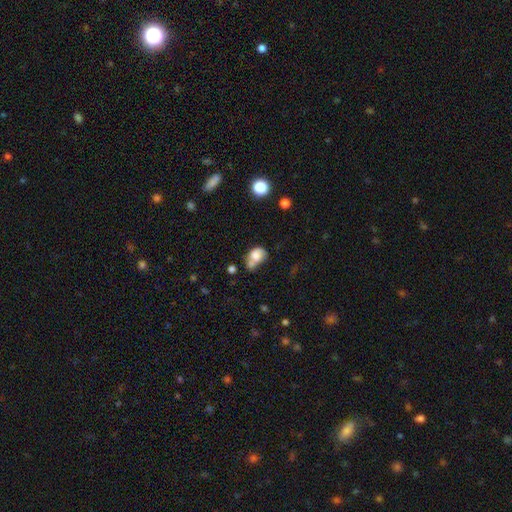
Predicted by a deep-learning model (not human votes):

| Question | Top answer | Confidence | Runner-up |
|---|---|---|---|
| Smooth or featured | smooth | 72% | featured or disk (18%) |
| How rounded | in between | 64% | round (35%) |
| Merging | merger | 44% | none (25%) |